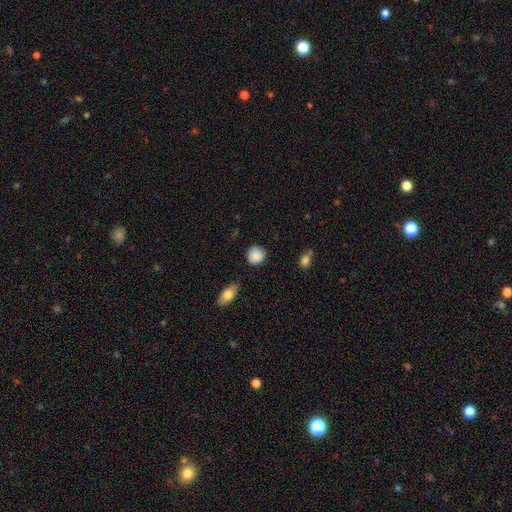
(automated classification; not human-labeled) Smooth or featured? Predicted: smooth (p=0.88). How rounded? Predicted: round (p=0.89). Merging? Predicted: none (p=0.83).